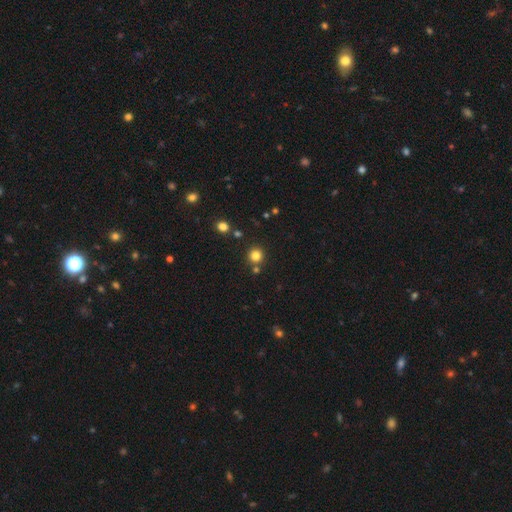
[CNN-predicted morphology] smooth 81%, star or artifact 14%, featured or disk 5%. Down the decision tree: how rounded — round (93%); merging — none (82%).